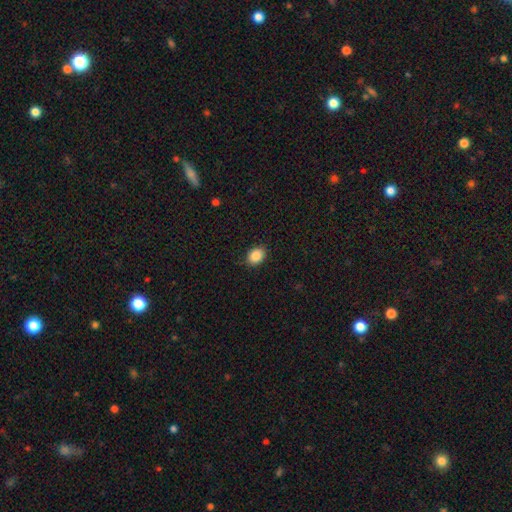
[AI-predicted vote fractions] A smooth galaxy with no disk features (88%) that is in between round and cigar-shaped (64%). Merging: none (87%).